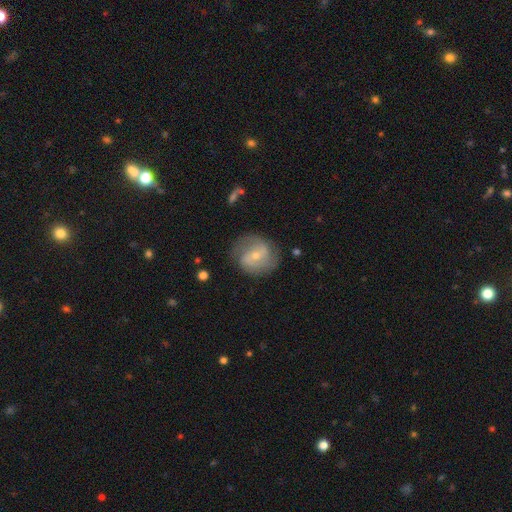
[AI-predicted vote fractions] featured or disk 72%, smooth 21%, star or artifact 7%. Down the decision tree: edge-on disk — no (97%); bar — weak (48%); spiral arms — yes (88%); spiral arm count — 2 (70%); spiral winding — medium (44%); bulge size — small (61%); merging — none (71%).